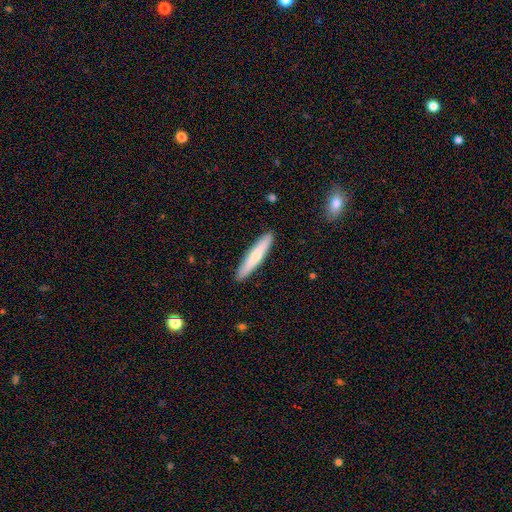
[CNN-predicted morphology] Smooth or featured: smooth — 69% (featured or disk — 25%)
How rounded: cigar-shaped — 93% (in between — 6%)
Merging: none — 91% (minor disturbance — 6%)